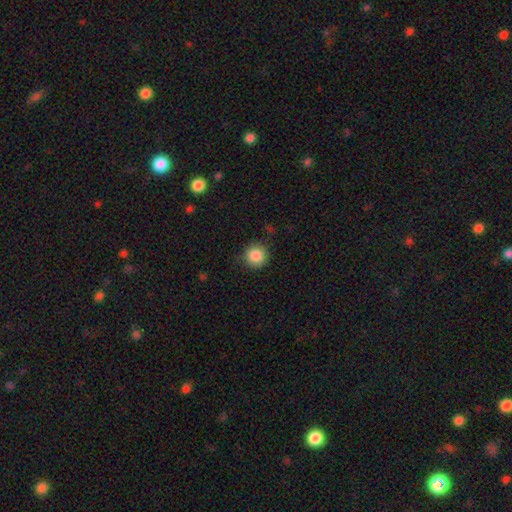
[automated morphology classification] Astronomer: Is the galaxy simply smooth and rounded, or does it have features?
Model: smooth — 86%.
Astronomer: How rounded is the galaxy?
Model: round — 94%.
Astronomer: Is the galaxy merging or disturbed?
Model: none — 84%.